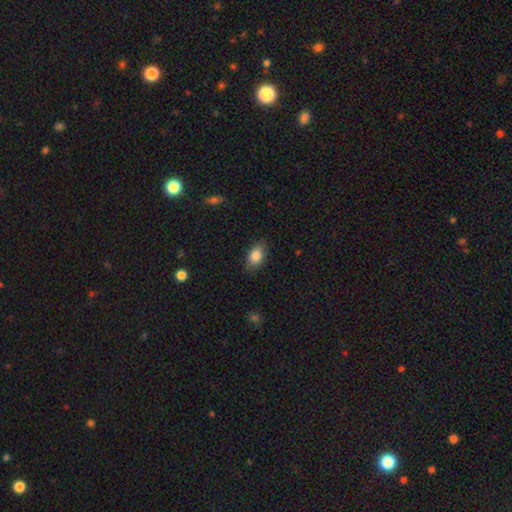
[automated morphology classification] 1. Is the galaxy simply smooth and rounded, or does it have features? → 85% smooth, 8% featured or disk, 7% star or artifact.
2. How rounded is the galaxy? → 89% in between, 9% round, 3% cigar-shaped.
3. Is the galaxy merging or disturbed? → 83% none, 13% minor disturbance, 3% major disturbance, 1% merger.